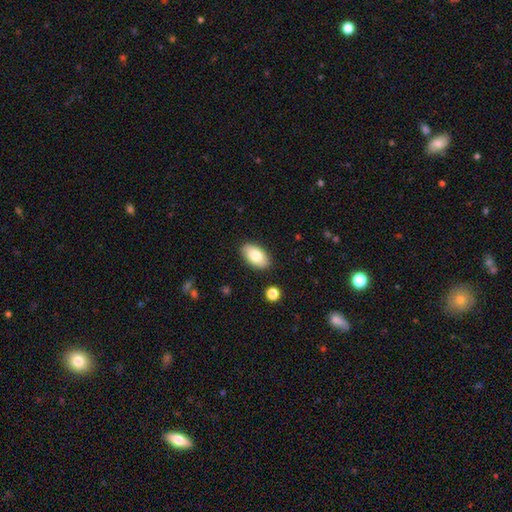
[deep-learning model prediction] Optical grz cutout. It shows a smooth galaxy with no disk features (79%) that is in between round and cigar-shaped (94%). Merging: none (87%).